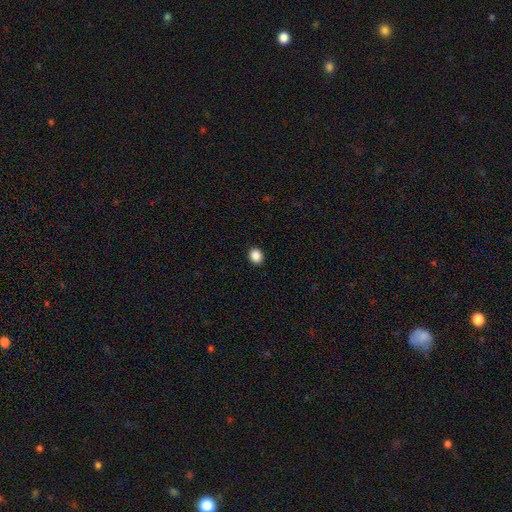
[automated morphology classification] Overall: smooth (88%). How rounded: round (64%; in between 35%). Merging: none (92%).